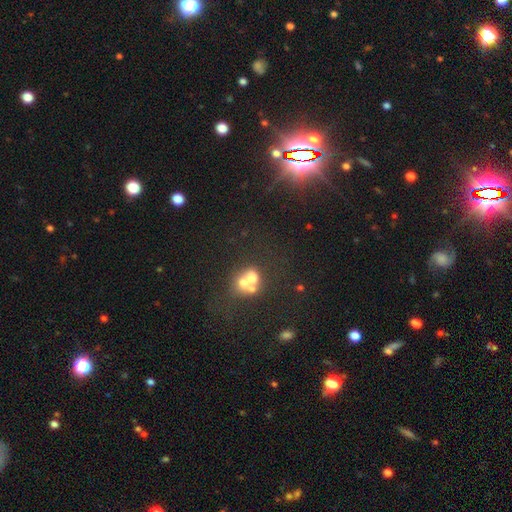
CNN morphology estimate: Smooth or featured?
  - star or artifact: 63% *
  - smooth: 28%
  - featured or disk: 9%